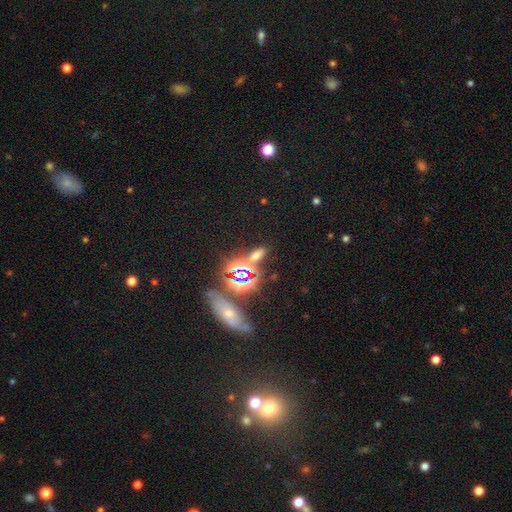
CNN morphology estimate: A smooth galaxy with no disk features (46%). Merging: none (73%).